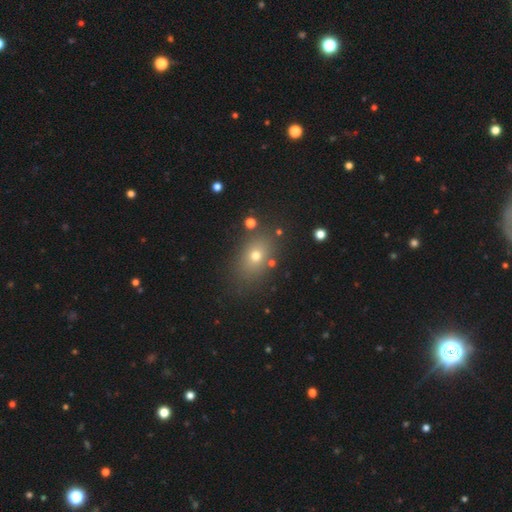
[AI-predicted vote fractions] smooth 69%, star or artifact 17%, featured or disk 14%. Down the decision tree: how rounded — in between (69%); merging — none (81%).